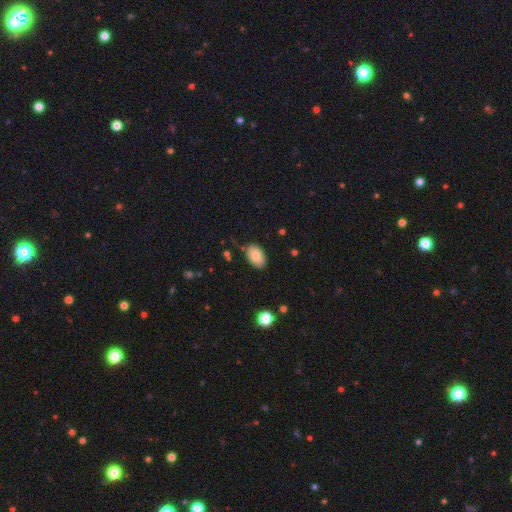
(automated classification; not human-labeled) Overall: smooth (79%). How rounded: in between (91%). Merging: none (79%).